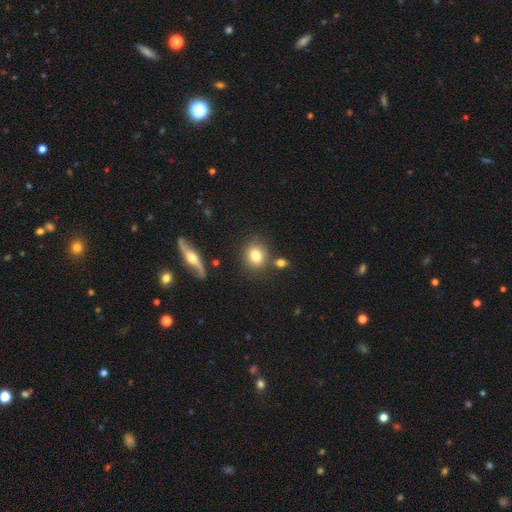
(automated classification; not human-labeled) This is likely a smooth galaxy (78%). How rounded: likely round (72%). Merging: likely none (77%).